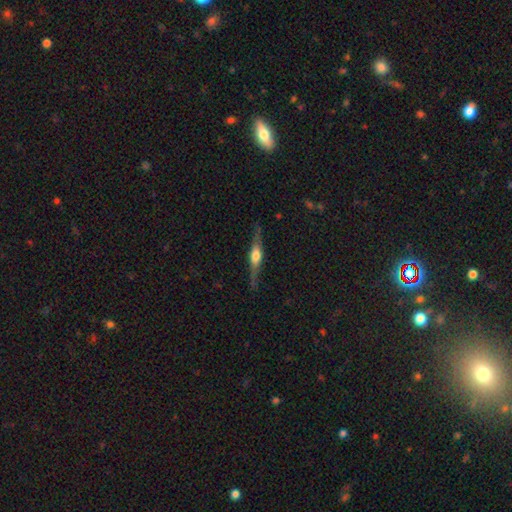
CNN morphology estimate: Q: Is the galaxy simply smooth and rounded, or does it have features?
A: featured or disk — 70%.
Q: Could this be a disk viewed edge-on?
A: yes — 95%.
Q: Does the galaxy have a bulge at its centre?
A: rounded — 84%.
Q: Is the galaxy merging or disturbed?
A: none — 81%.